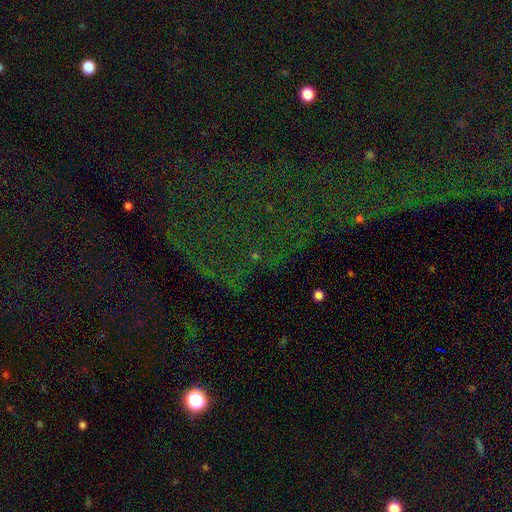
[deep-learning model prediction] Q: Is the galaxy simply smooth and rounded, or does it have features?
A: star or artifact — 74%.